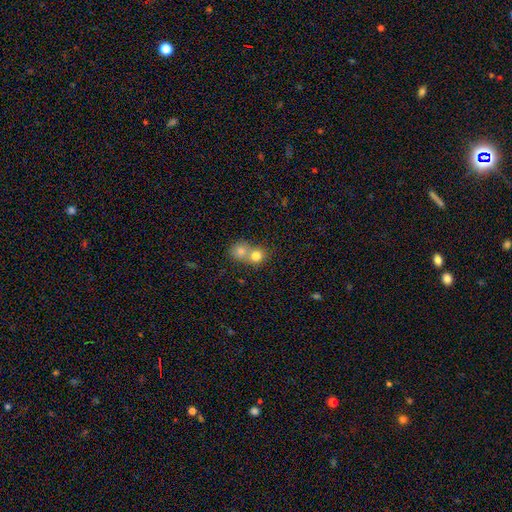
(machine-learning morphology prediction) Smooth or featured?
  - smooth: 78% *
  - featured or disk: 12%
  - star or artifact: 11%
How rounded?
  - round: 82% *
  - in between: 17%
  - cigar-shaped: 1%
Merging?
  - merger: 62% *
  - none: 32%
  - minor disturbance: 4%
  - major disturbance: 2%